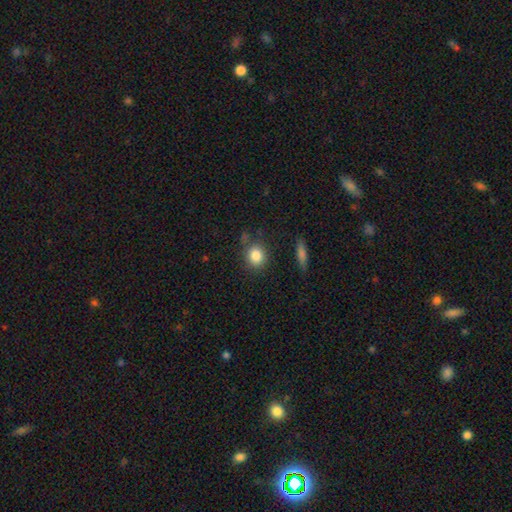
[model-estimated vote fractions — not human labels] smooth-or-featured: smooth: 84% | star or artifact: 9% | featured or disk: 7%
  how-rounded: round: 72% | in between: 26% | cigar-shaped: 2%
  merging: none: 77% | minor disturbance: 13% | merger: 6% | major disturbance: 4%